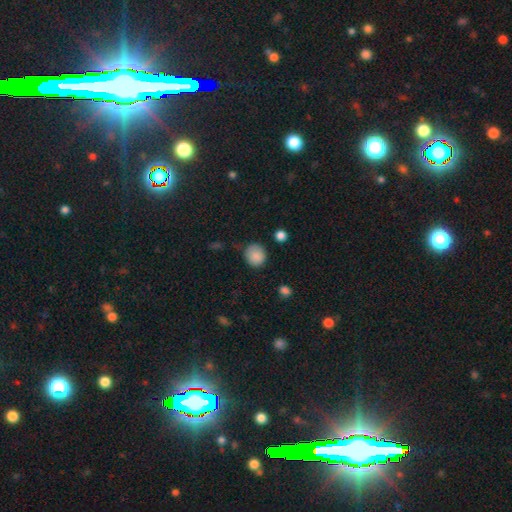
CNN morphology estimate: smooth-or-featured: smooth: 87% | star or artifact: 9% | featured or disk: 5%
  how-rounded: round: 81% | in between: 18% | cigar-shaped: 1%
  merging: none: 72% | minor disturbance: 21% | major disturbance: 5% | merger: 2%